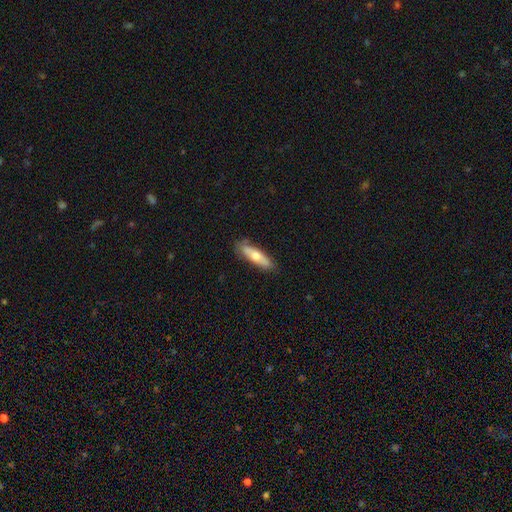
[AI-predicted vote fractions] smooth_or_featured: smooth (p=0.60) [alt: featured or disk p=0.34]
how_rounded: cigar-shaped (p=0.60) [alt: in between p=0.38]
merging: none (p=0.76) [alt: minor disturbance p=0.18]